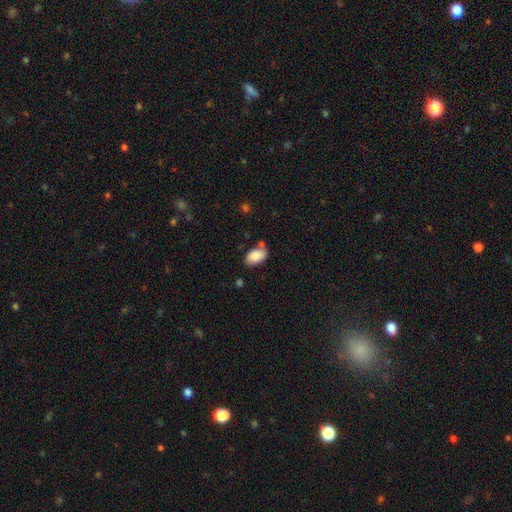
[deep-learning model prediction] This appears to be a smooth galaxy with no disk features (86%) that is in between round and cigar-shaped (94%). Merging: none (67%).